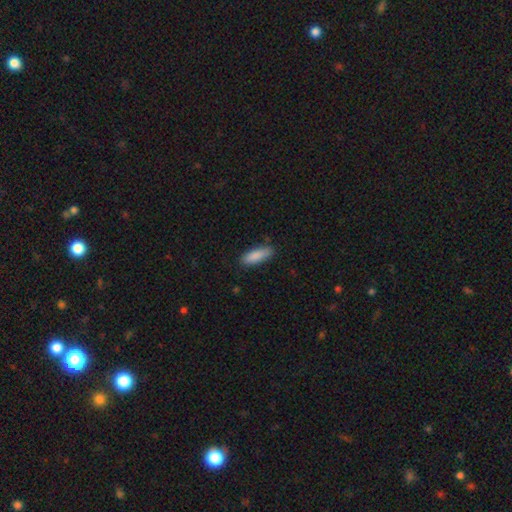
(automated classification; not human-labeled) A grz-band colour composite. It shows a smooth galaxy with no disk features (88%) that is in between round and cigar-shaped (58%). Merging: none (82%).